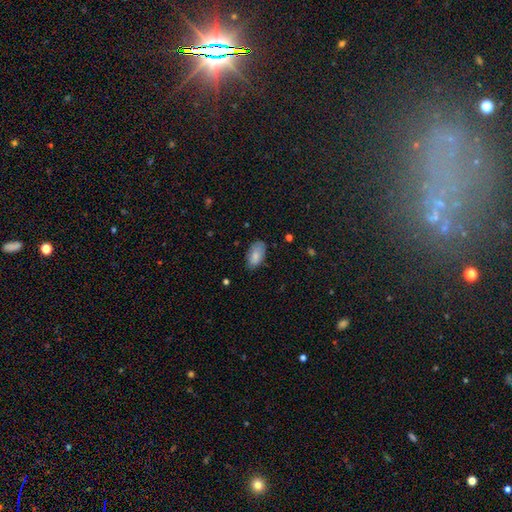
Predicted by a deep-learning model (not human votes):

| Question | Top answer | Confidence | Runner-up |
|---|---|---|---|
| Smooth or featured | smooth | 81% | featured or disk (12%) |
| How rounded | in between | 94% | round (3%) |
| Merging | none | 75% | minor disturbance (20%) |